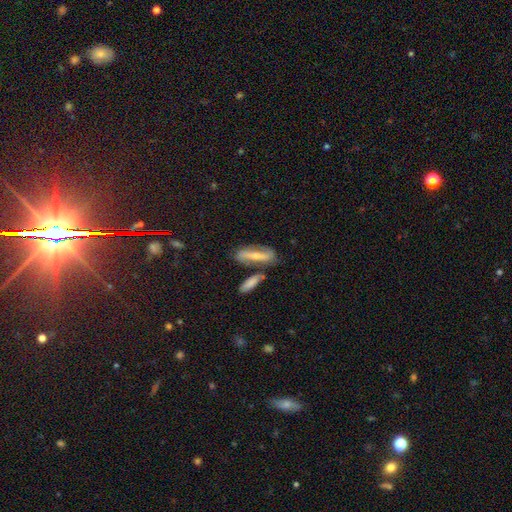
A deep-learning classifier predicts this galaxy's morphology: A featured or disk galaxy (57%). Merging: none (66%).